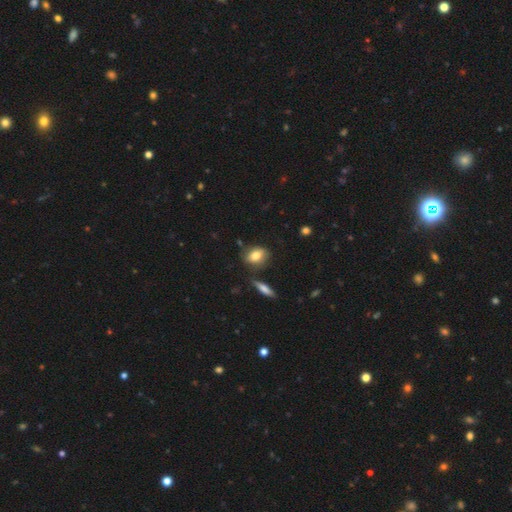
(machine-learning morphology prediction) type=smooth (79%); roundness=in between (68%); merging=none (71%).